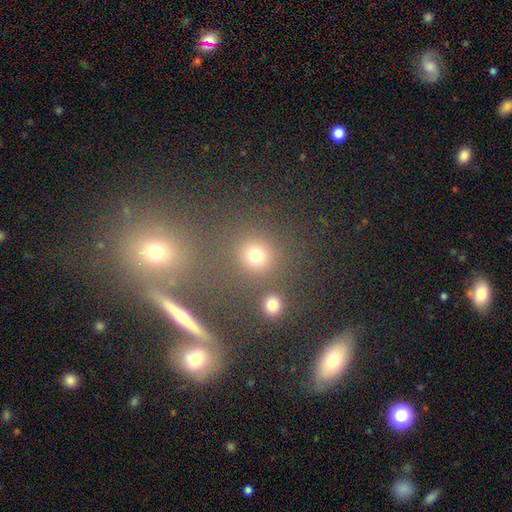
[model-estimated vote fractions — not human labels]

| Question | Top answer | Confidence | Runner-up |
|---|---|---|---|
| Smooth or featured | smooth | 74% | star or artifact (20%) |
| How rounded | round | 89% | in between (9%) |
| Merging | none | 77% | merger (11%) |